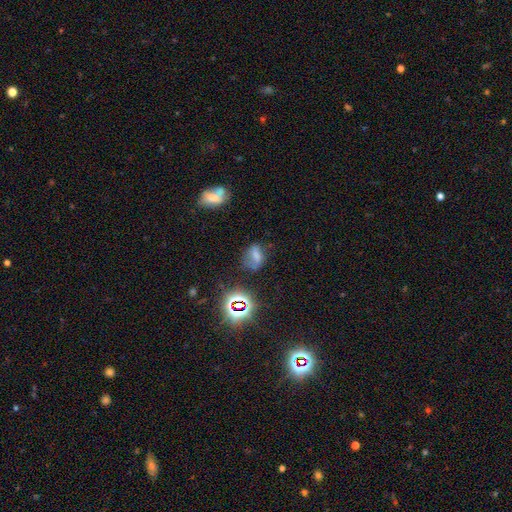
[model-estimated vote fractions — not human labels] Q: Smooth or featured?
A: smooth (49%); runner-up: star or artifact (26%)
Q: Merging?
A: none (52%); runner-up: minor disturbance (26%)